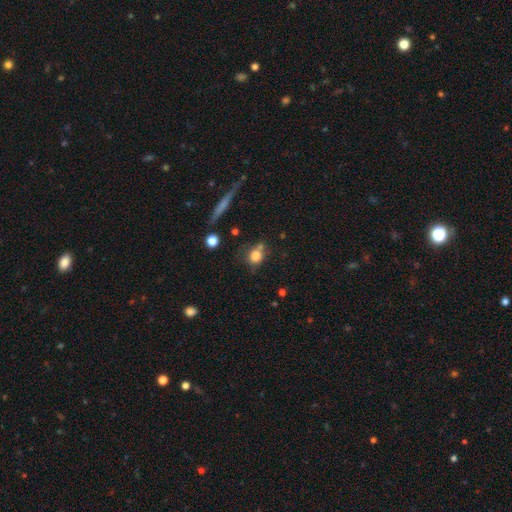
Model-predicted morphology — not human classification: A smooth galaxy with no disk features (78%) that is round (74%). Merging: none (59%).